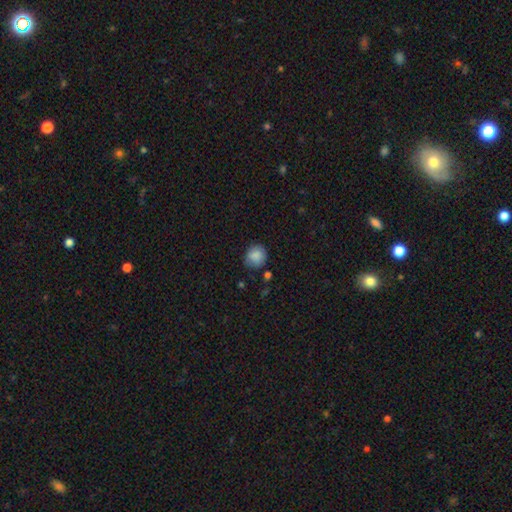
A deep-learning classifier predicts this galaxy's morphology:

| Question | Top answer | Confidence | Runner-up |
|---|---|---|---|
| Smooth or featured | smooth | 86% | star or artifact (8%) |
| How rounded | round | 85% | in between (14%) |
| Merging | none | 77% | minor disturbance (17%) |